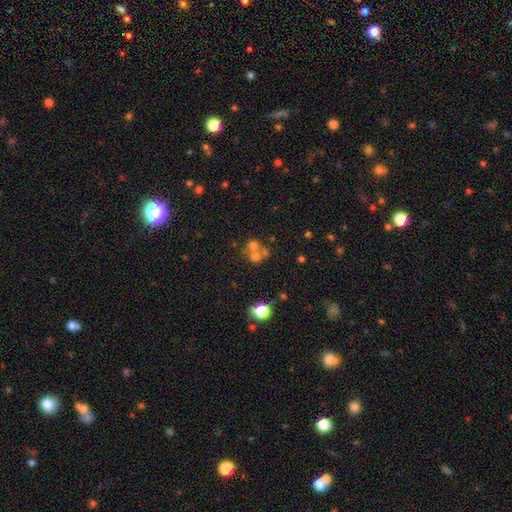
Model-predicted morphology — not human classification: smooth_or_featured: smooth (p=0.60) [alt: star or artifact p=0.20]
how_rounded: round (p=0.83) [alt: in between p=0.16]
merging: merger (p=0.51) [alt: none p=0.38]